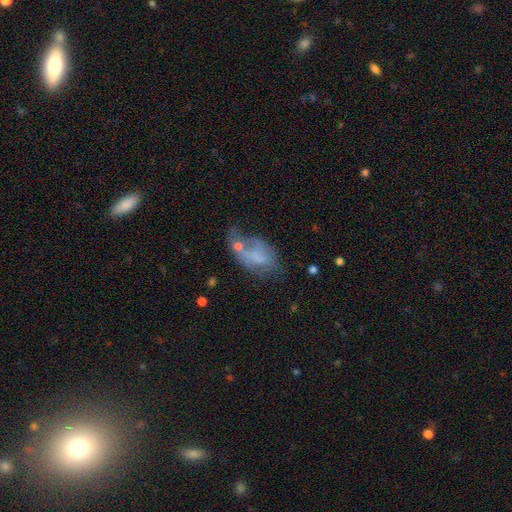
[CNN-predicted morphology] Smooth or featured: smooth — 49% (featured or disk — 40%)
Merging: major disturbance — 33% (none — 25%)